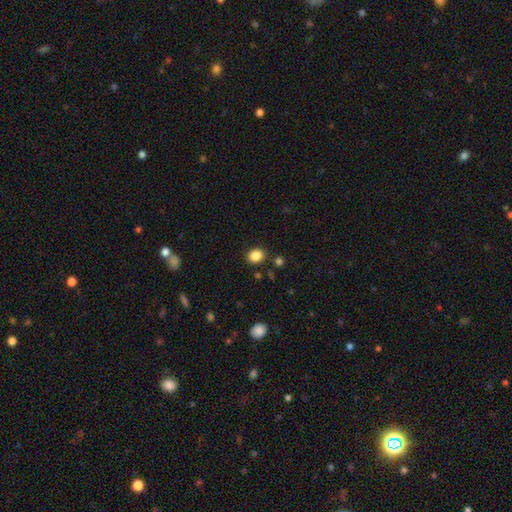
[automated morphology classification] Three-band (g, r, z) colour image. It shows a smooth galaxy with no disk features (87%) that is round (56%). Merging: none (85%).